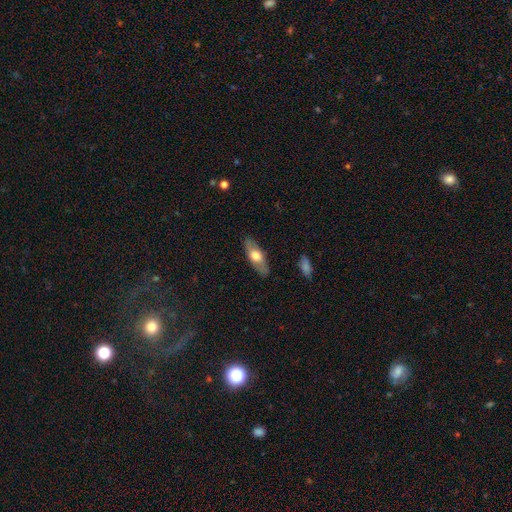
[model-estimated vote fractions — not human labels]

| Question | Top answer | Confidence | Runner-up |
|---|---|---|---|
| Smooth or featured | smooth | 55% | featured or disk (39%) |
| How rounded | in between | 69% | cigar-shaped (28%) |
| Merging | none | 85% | minor disturbance (11%) |